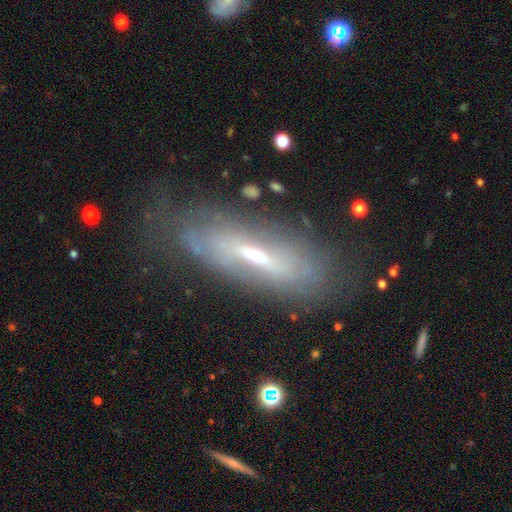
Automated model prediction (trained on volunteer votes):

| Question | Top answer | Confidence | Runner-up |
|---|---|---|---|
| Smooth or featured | featured or disk | 67% | smooth (24%) |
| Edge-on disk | no | 55% | yes (45%) |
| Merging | none | 69% | minor disturbance (20%) |